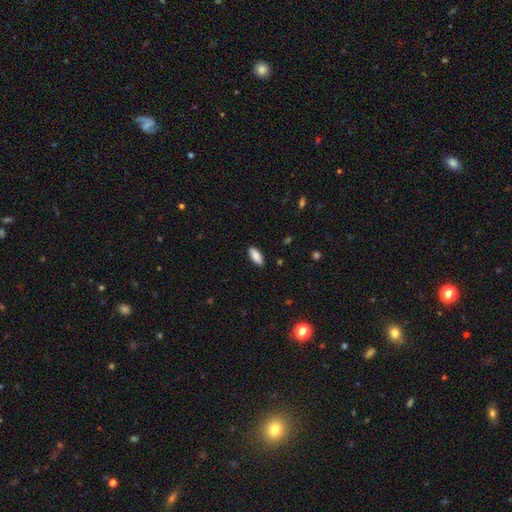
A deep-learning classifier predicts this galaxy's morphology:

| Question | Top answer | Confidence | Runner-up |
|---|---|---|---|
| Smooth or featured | smooth | 89% | star or artifact (6%) |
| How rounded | in between | 81% | cigar-shaped (17%) |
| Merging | none | 88% | minor disturbance (9%) |